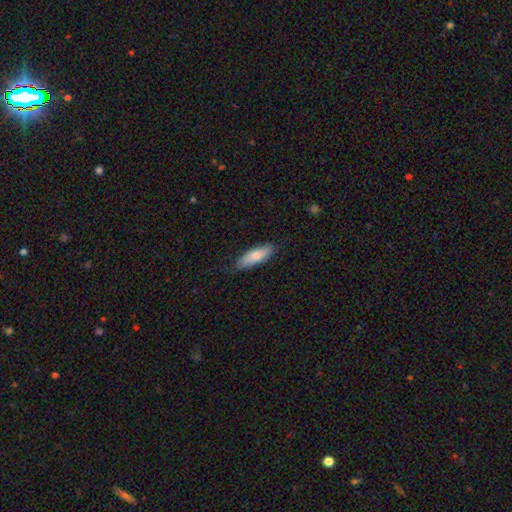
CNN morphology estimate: A smooth galaxy with no disk features (77%) that is in between round and cigar-shaped (59%). Merging: none (82%).